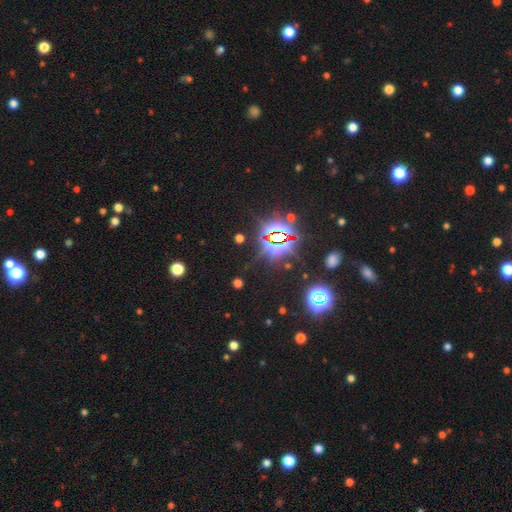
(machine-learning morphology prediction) This is clearly a star or artifact rather than a galaxy (84%).